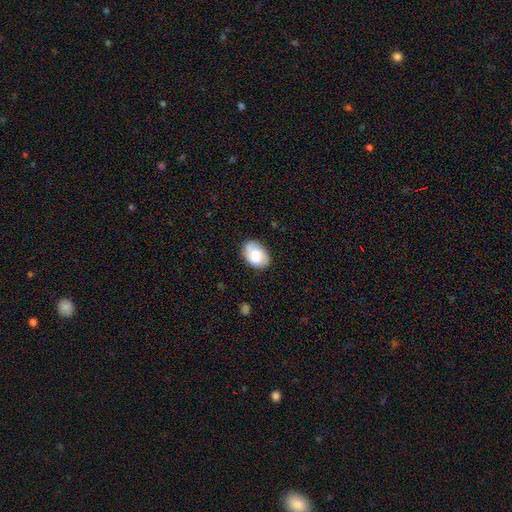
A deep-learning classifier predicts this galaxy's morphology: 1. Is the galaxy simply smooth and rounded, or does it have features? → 61% smooth, 32% featured or disk, 7% star or artifact.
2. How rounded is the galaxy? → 83% in between, 16% round, 1% cigar-shaped.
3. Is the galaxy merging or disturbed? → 78% none, 16% minor disturbance, 4% major disturbance, 1% merger.